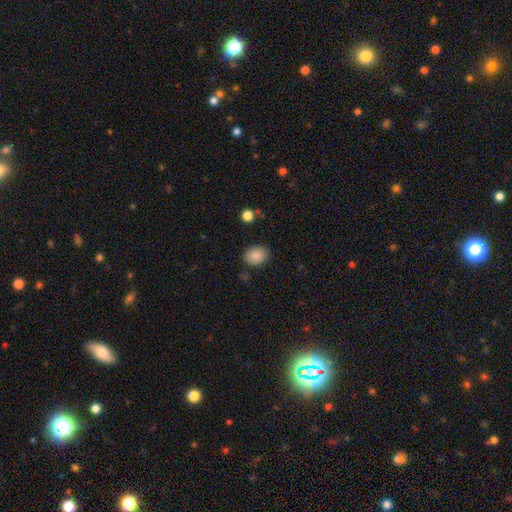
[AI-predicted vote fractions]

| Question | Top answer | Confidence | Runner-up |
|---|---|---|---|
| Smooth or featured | smooth | 88% | star or artifact (8%) |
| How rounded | in between | 59% | round (40%) |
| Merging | none | 85% | minor disturbance (10%) |